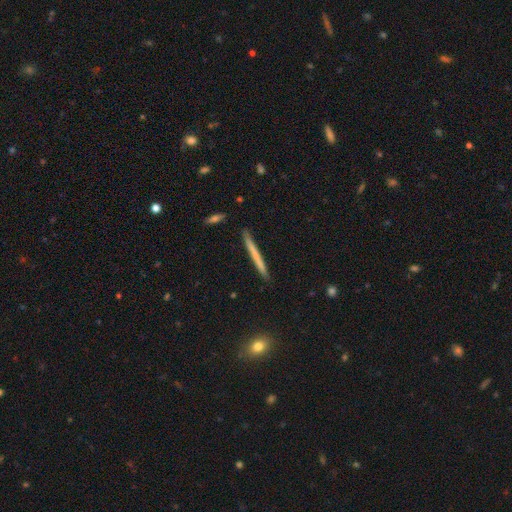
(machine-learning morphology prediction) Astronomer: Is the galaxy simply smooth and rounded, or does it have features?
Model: smooth — 55% (runner-up: featured or disk, 39%).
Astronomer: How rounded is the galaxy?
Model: cigar-shaped — 97%.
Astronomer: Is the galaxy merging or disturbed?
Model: none — 89%.